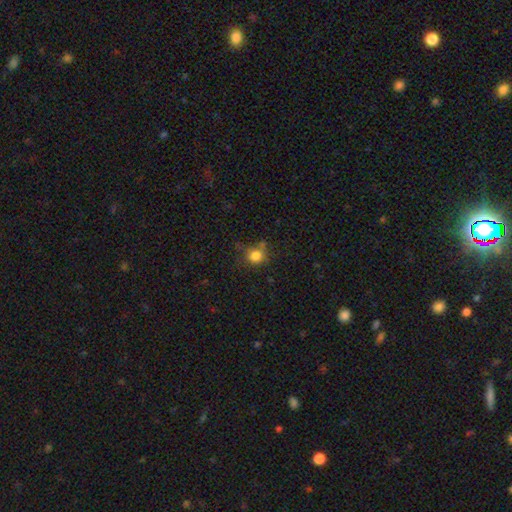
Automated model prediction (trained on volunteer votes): This appears to be a smooth galaxy with no disk features (81%) that is round (88%). Merging: none (68%).